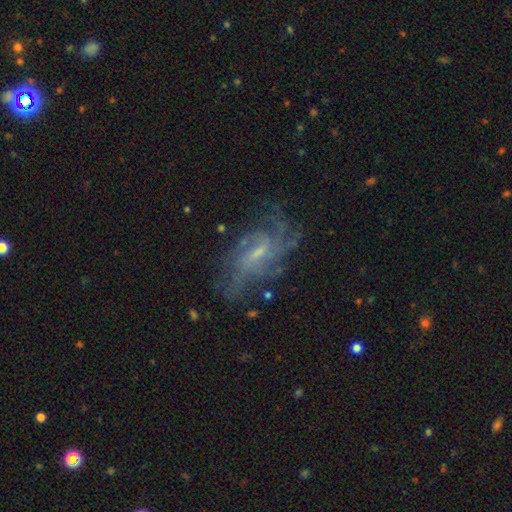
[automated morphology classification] This appears to be a featured or disk galaxy (81%) with a weak bar (55%), medium (43%) spiral arms (92%) and a small central bulge (55%). Merging: none (63%).